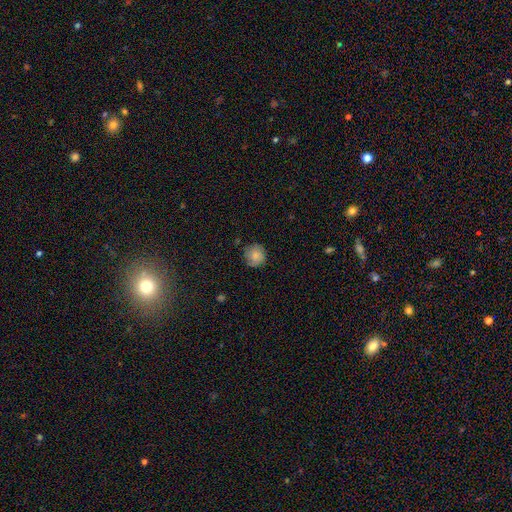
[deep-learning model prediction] Smooth or featured?
  - smooth: 77% *
  - featured or disk: 15%
  - star or artifact: 8%
How rounded?
  - round: 90% *
  - in between: 9%
  - cigar-shaped: 1%
Merging?
  - none: 77% *
  - minor disturbance: 18%
  - major disturbance: 4%
  - merger: 1%